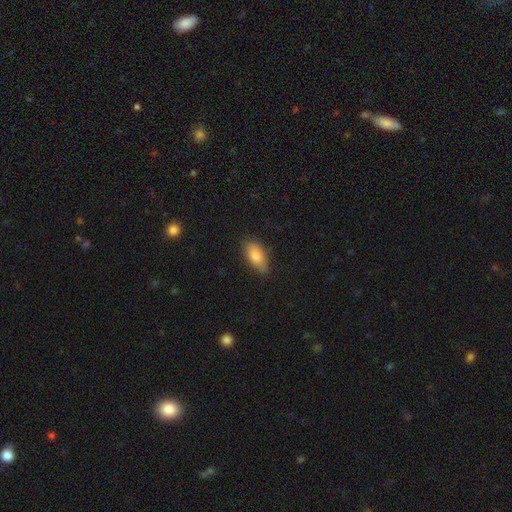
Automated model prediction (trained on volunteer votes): This is clearly a smooth galaxy (81%). How rounded: clearly in between (88%). Merging: clearly none (81%).